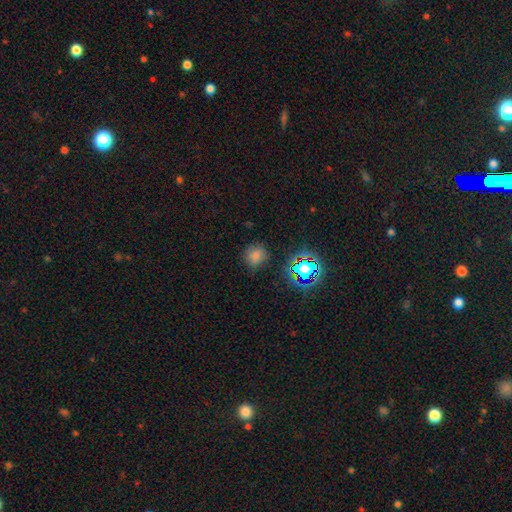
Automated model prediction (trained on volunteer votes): smooth-or-featured: smooth: 70% | star or artifact: 22% | featured or disk: 7%
  how-rounded: round: 83% | in between: 16% | cigar-shaped: 1%
  merging: none: 80% | minor disturbance: 14% | major disturbance: 4% | merger: 2%